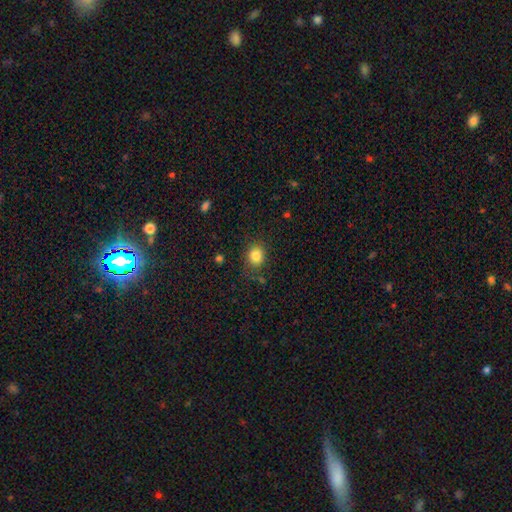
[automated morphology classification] A smooth galaxy with no disk features (83%) that is round (67%). Merging: none (80%).